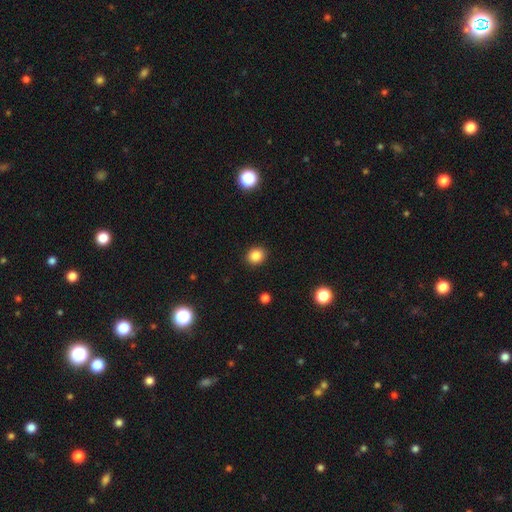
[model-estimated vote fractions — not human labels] This is clearly a smooth galaxy (85%). How rounded: likely round (72%). Merging: clearly none (91%).